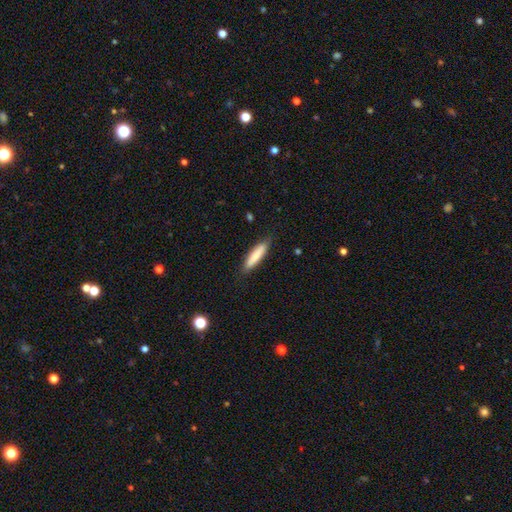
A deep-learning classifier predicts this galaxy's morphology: The model was most divided on "how rounded": cigar-shaped: 78%, in between: 20%, round: 1%. More confident: merging — none (84%); smooth or featured — smooth (80%).